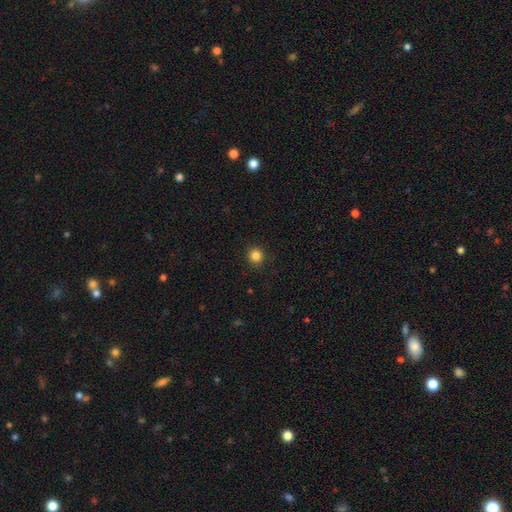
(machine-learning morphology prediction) Q: Smooth or featured?
A: smooth (84%); runner-up: star or artifact (12%)
Q: How rounded?
A: round (93%); runner-up: in between (6%)
Q: Merging?
A: none (91%); runner-up: minor disturbance (6%)